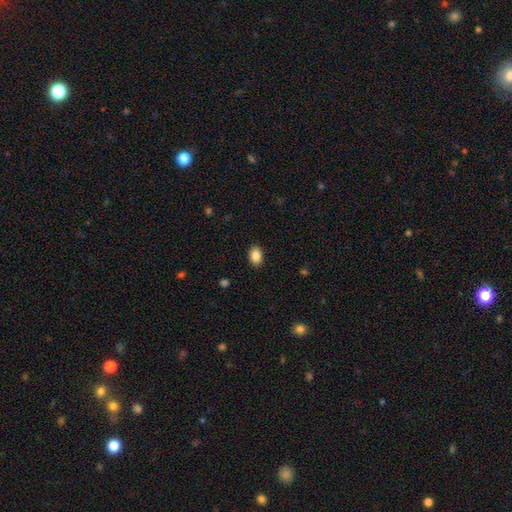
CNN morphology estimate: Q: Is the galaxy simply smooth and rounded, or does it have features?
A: smooth — 87%.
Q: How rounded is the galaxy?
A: in between — 79%.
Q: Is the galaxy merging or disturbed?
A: none — 89%.